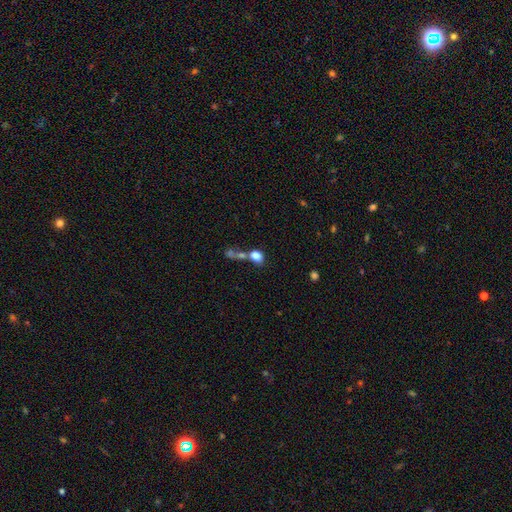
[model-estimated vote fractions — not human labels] Smooth or featured?
  - smooth: 78% *
  - star or artifact: 11%
  - featured or disk: 11%
How rounded?
  - in between: 53% *
  - round: 44%
  - cigar-shaped: 2%
Merging?
  - merger: 47% *
  - none: 32%
  - major disturbance: 10%
  - minor disturbance: 10%